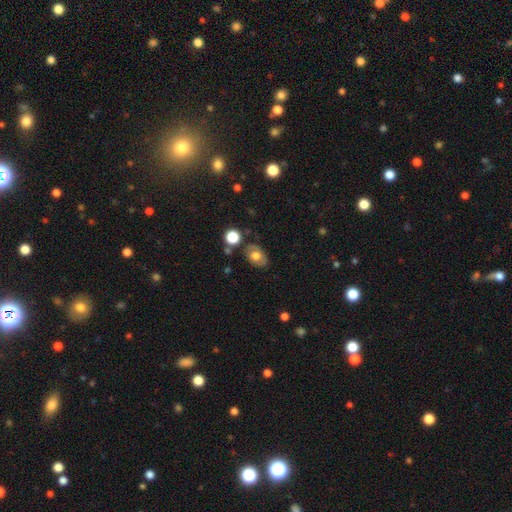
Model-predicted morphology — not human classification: A smooth galaxy with no disk features (63%) that is in between round and cigar-shaped (76%). Merging: none (74%).